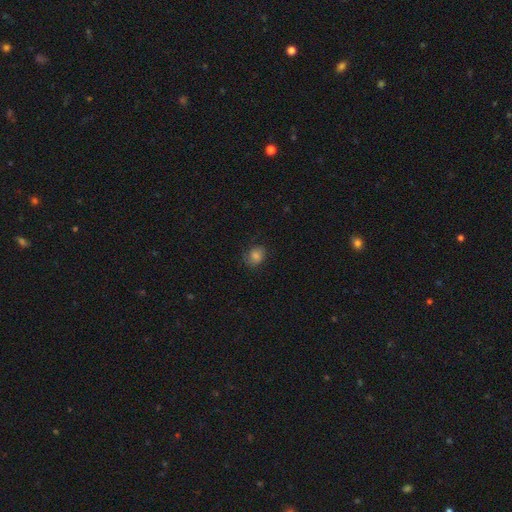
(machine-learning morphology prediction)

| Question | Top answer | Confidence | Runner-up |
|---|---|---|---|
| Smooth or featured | smooth | 75% | star or artifact (13%) |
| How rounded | round | 56% | in between (43%) |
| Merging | none | 71% | minor disturbance (20%) |